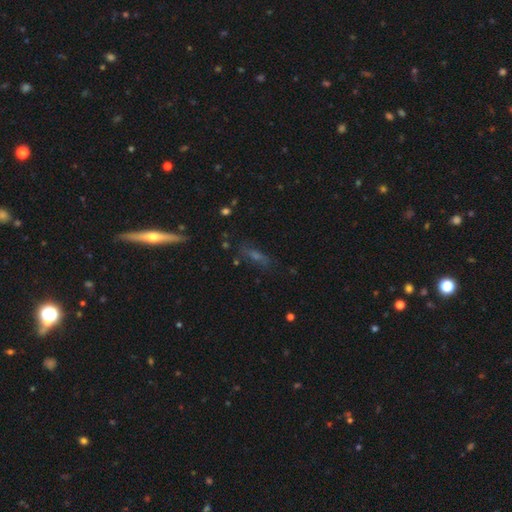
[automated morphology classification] Smooth or featured? Predicted: featured or disk (p=0.46). Merging? Predicted: none (p=0.75).